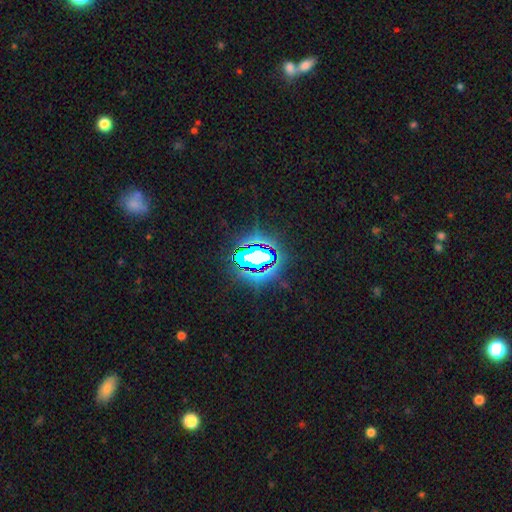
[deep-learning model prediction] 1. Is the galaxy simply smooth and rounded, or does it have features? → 73% star or artifact, 15% smooth, 12% featured or disk.